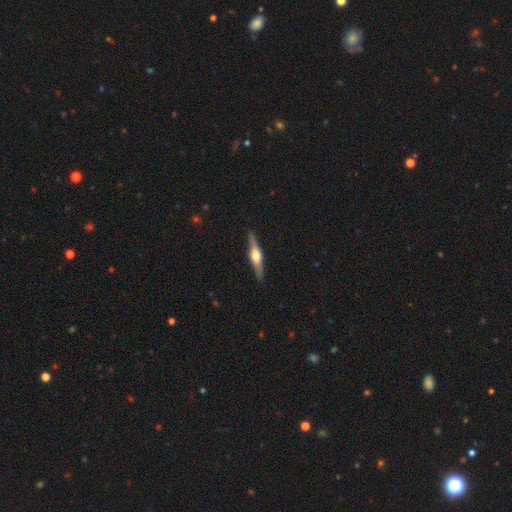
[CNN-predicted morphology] featured or disk 74%, smooth 20%, star or artifact 5%. Down the decision tree: edge-on disk — yes (97%); edge-on bulge — rounded (94%); merging — none (91%).